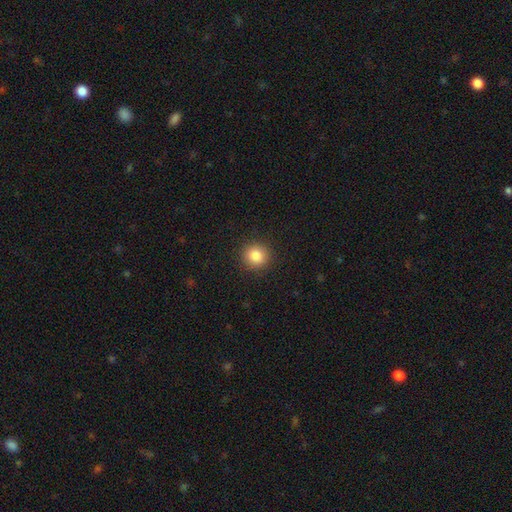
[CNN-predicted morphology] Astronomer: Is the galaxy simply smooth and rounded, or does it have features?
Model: smooth — 85%.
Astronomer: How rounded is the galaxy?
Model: round — 91%.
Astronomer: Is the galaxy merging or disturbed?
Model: none — 91%.